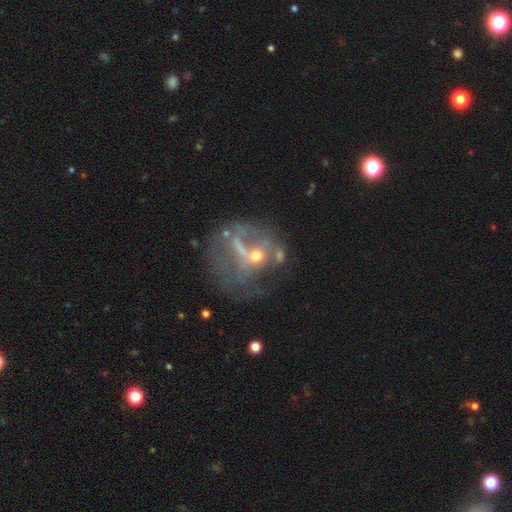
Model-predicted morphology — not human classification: smooth-or-featured: featured or disk: 57% | smooth: 26% | star or artifact: 17%
  disk-edge-on: no: 96% | yes: 4%
    bar: no: 72% | weak: 19% | strong: 8%
    has-spiral-arms: no: 73% | yes: 27%
    bulge-size: moderate: 42% | small: 39% | none: 13% | large: 5% | dominant: 2%
  merging: major disturbance: 41% | none: 29% | merger: 15% | minor disturbance: 15%